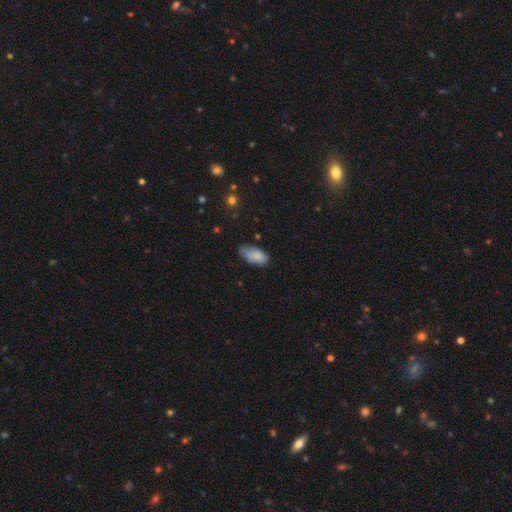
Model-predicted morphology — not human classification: This appears to be a smooth galaxy with no disk features (81%) that is in between round and cigar-shaped (92%). Merging: none (55%).